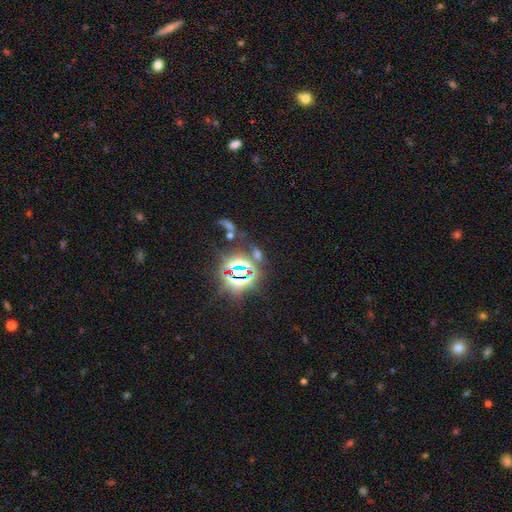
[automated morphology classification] Smooth or featured?
  - star or artifact: 81% *
  - smooth: 10%
  - featured or disk: 9%